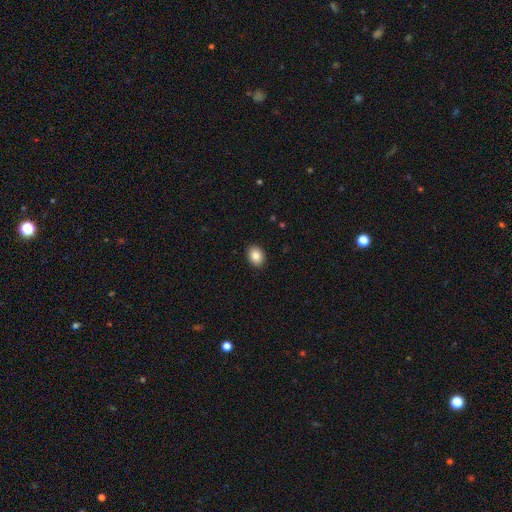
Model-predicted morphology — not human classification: smooth_or_featured: smooth (p=0.86) [alt: star or artifact p=0.08]
how_rounded: in between (p=0.65) [alt: round p=0.34]
merging: none (p=0.91) [alt: minor disturbance p=0.06]